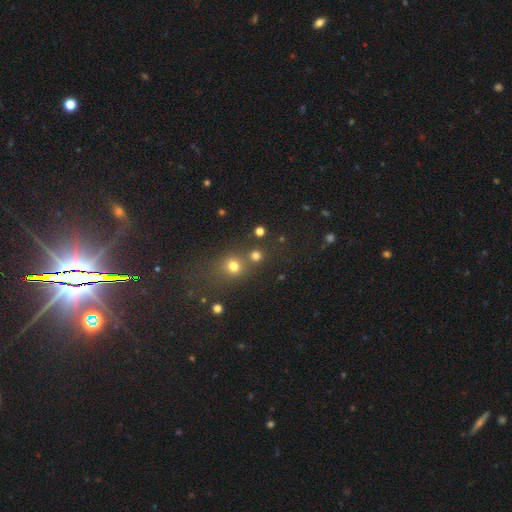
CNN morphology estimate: type=smooth (71%); roundness=round (90%); merging=none (67%).